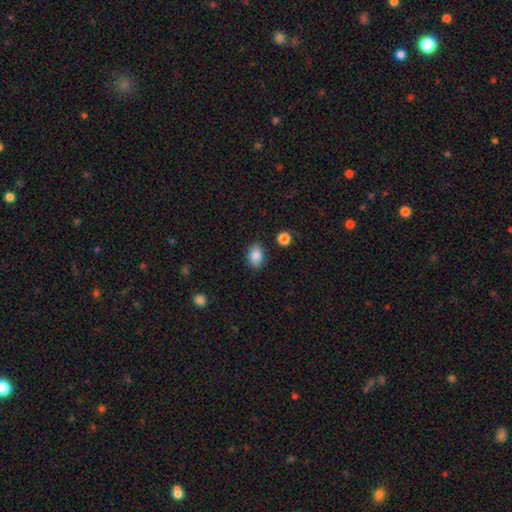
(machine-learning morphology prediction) smooth_or_featured: smooth (p=0.86) [alt: star or artifact p=0.09]
how_rounded: in between (p=0.81) [alt: round p=0.18]
merging: none (p=0.83) [alt: minor disturbance p=0.12]